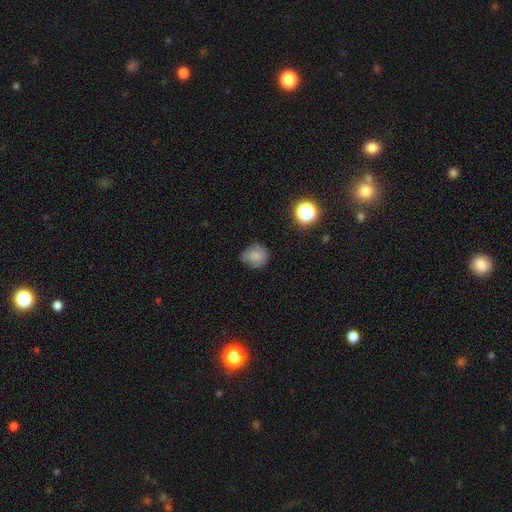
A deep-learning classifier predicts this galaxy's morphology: The model was most divided on "merging": none: 68%, minor disturbance: 25%, major disturbance: 5%, merger: 1%. More confident: smooth or featured — smooth (79%); how rounded — round (78%).